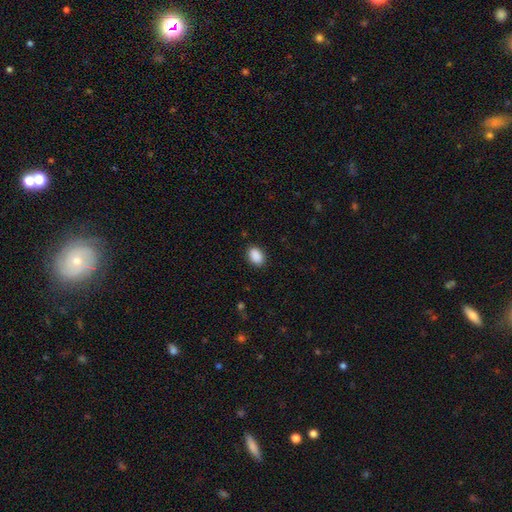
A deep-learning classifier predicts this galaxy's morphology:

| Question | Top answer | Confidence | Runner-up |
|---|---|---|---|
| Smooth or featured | smooth | 90% | star or artifact (7%) |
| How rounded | in between | 86% | round (13%) |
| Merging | none | 88% | minor disturbance (9%) |